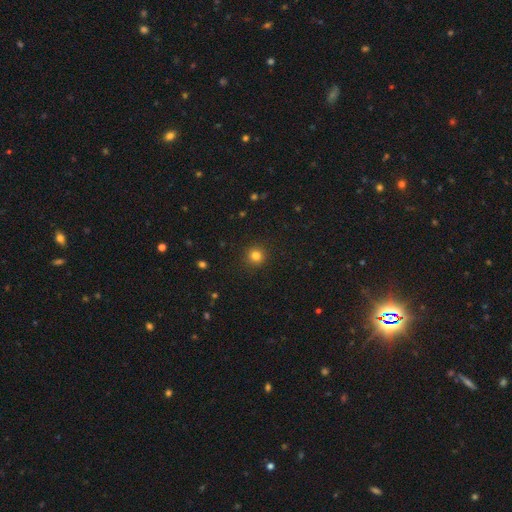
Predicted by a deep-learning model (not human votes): Q: Smooth or featured?
A: smooth (81%); runner-up: star or artifact (14%)
Q: How rounded?
A: round (94%); runner-up: in between (5%)
Q: Merging?
A: none (92%); runner-up: minor disturbance (5%)